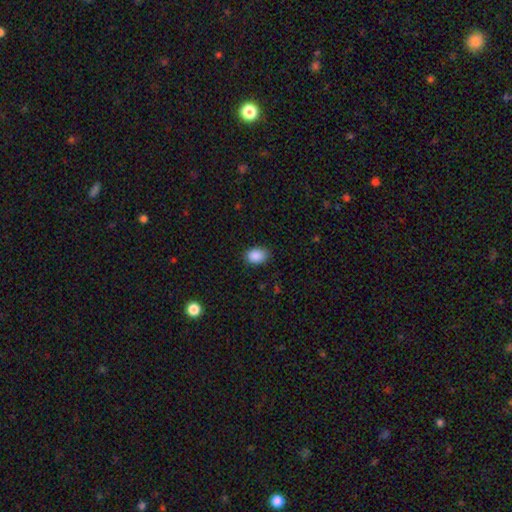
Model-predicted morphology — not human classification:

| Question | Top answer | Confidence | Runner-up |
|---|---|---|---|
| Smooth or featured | smooth | 88% | star or artifact (8%) |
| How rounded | in between | 75% | round (24%) |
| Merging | none | 83% | minor disturbance (14%) |